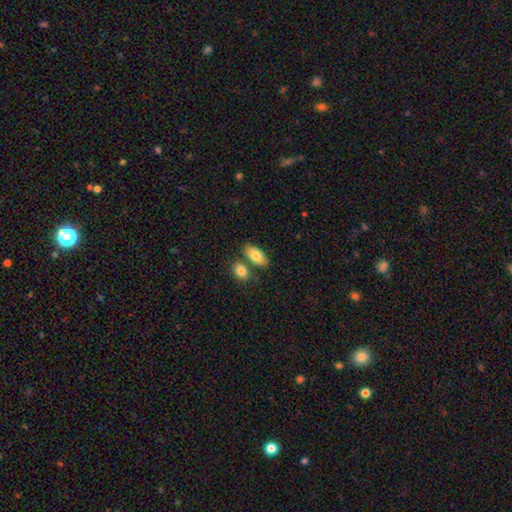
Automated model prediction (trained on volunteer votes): This is clearly a smooth galaxy (81%). How rounded: clearly in between (92%). Merging: likely none (62%).